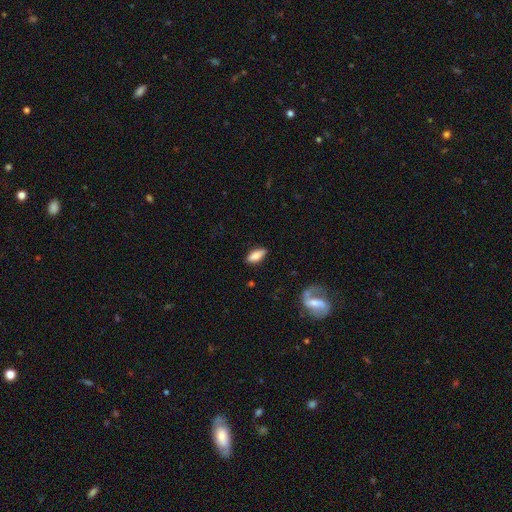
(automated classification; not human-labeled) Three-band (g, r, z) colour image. It shows a smooth galaxy with no disk features (82%) that is in between round and cigar-shaped (80%). Merging: none (80%).